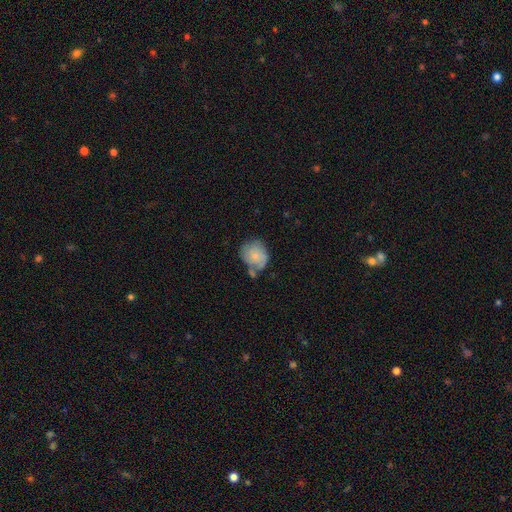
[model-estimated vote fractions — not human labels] Smooth or featured? smooth (69%)
How rounded? round (68%)
Merging? none (43%)